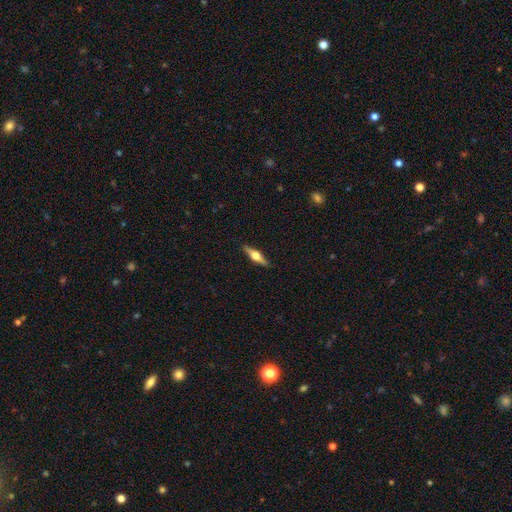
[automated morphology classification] Smooth or featured?
  - featured or disk: 71% *
  - smooth: 24%
  - star or artifact: 5%
Edge-on disk?
  - yes: 97% *
  - no: 3%
Edge-on bulge?
  - rounded: 95% *
  - boxy: 4%
  - none: 2%
Merging?
  - none: 91% *
  - minor disturbance: 7%
  - major disturbance: 2%
  - merger: 1%